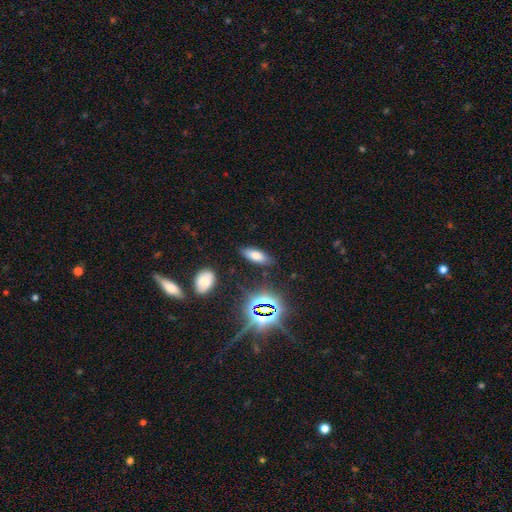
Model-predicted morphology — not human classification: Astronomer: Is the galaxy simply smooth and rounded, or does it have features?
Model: smooth — 68%.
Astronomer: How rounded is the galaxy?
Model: in between — 72%.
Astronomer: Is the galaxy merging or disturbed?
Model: none — 83%.